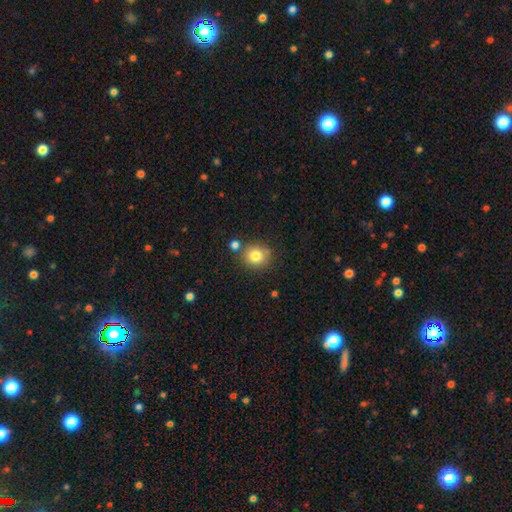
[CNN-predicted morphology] This appears to be a smooth galaxy with no disk features (81%) that is round (85%). Merging: none (75%).